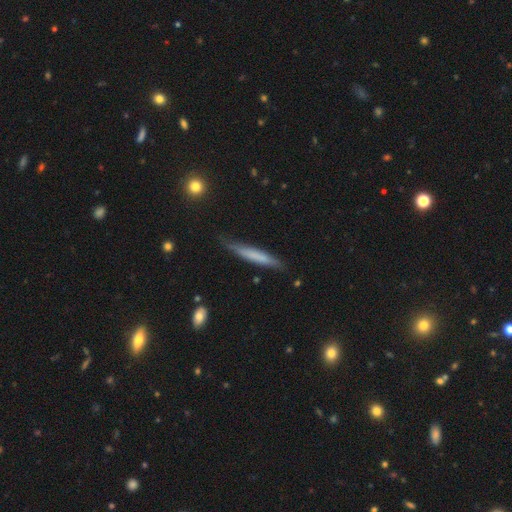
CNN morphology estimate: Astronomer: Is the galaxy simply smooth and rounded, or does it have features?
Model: smooth — 63%.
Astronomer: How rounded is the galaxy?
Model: cigar-shaped — 94%.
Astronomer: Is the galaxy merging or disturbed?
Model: none — 76%.